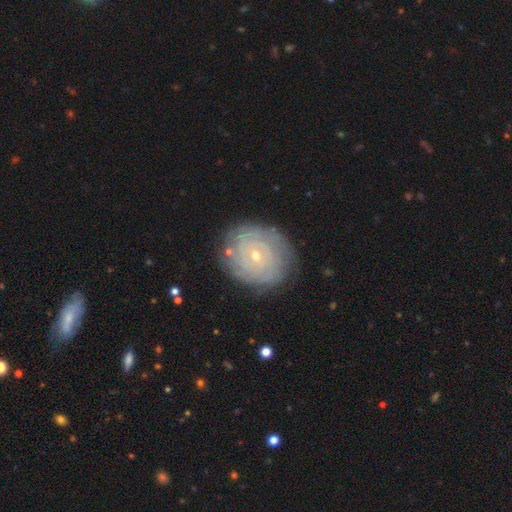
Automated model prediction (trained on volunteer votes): A featured or disk galaxy (75%) with no bar (75%), tight (83%) spiral arms (89%) and a small central bulge (77%).

Vote fractions:
- Smooth or featured? featured or disk: 75% / smooth: 18% / star or artifact: 7%
- Edge-on disk? no: 97% / yes: 3%
- Bar? no: 75% / weak: 21% / strong: 4%
- Spiral arms? yes: 89% / no: 11%
- Spiral winding? tight: 83% / medium: 13% / loose: 4%
- Spiral arm count? can't tell: 48% / 2: 17% / 3: 11% / 4: 11% / more than 4: 8% / 1: 6%
- Bulge size? small: 77% / moderate: 20% / none: 1% / large: 1% / dominant: 1%
- Merging? none: 81% / minor disturbance: 13% / major disturbance: 4% / merger: 2%